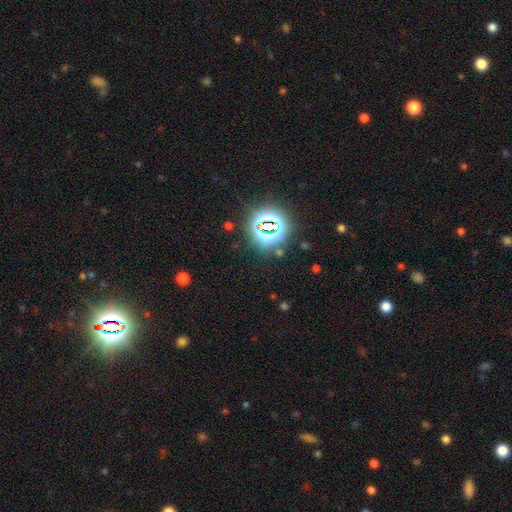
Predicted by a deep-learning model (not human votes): This is clearly a star or artifact rather than a galaxy (85%).